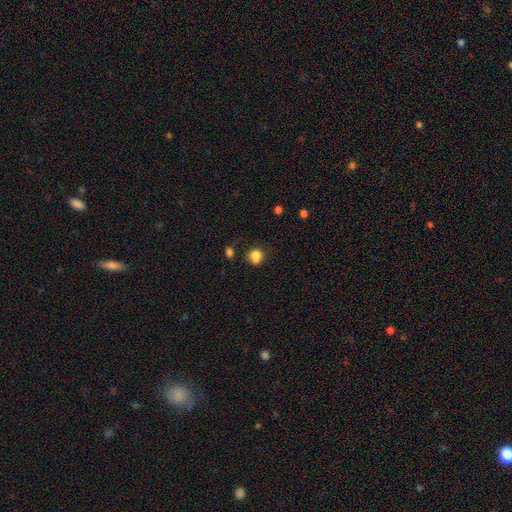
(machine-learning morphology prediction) type=smooth (82%); roundness=round (66%); merging=none (54%).